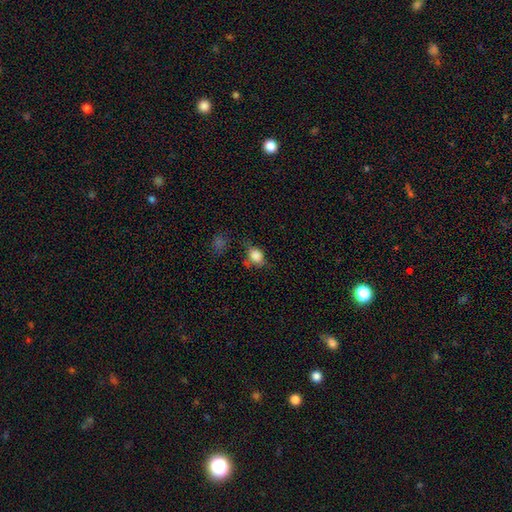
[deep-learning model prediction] Smooth or featured: smooth — 80% (star or artifact — 11%)
How rounded: in between — 55% (round — 43%)
Merging: none — 51% (minor disturbance — 29%)